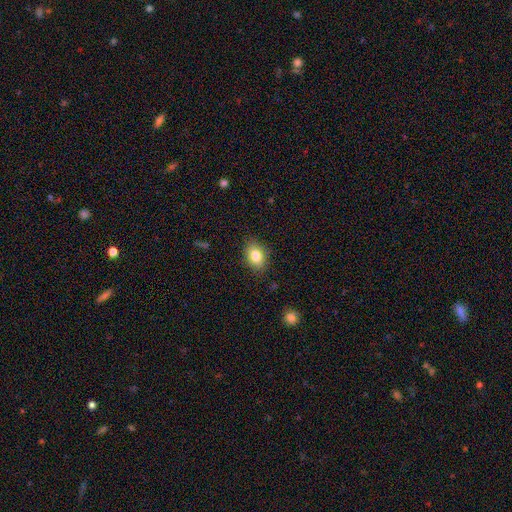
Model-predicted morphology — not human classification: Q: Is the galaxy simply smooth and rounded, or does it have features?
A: smooth — 82%.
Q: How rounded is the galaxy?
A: in between — 71%.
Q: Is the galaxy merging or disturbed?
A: none — 86%.